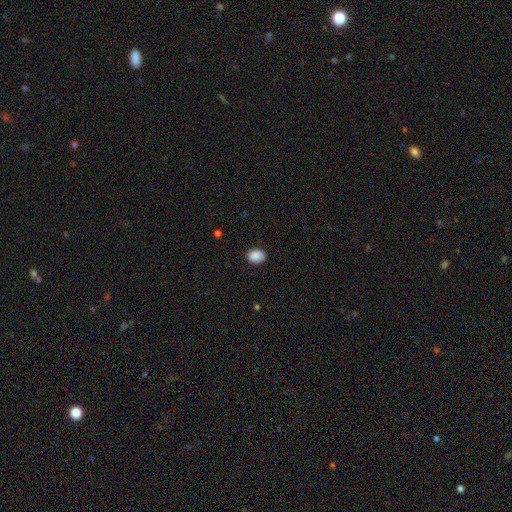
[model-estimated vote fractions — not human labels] Smooth or featured: smooth — 89% (star or artifact — 8%)
How rounded: in between — 73% (round — 26%)
Merging: none — 86% (minor disturbance — 11%)